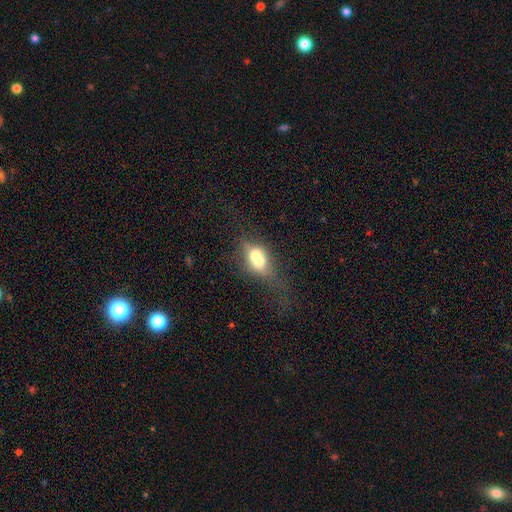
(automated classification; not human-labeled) Smooth or featured? smooth (57%)
How rounded? in between (59%)
Merging? merger (63%)